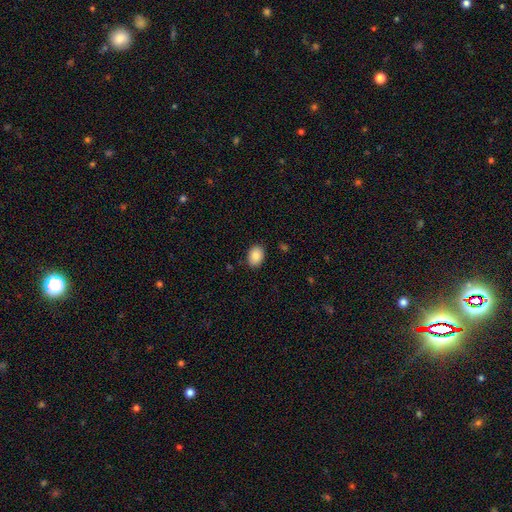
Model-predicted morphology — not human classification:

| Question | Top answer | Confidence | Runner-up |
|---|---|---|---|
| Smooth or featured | smooth | 87% | star or artifact (7%) |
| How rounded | in between | 78% | round (21%) |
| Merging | none | 87% | minor disturbance (10%) |